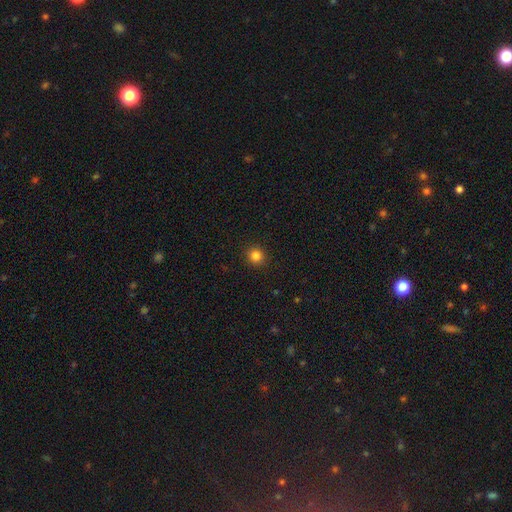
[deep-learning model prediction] Smooth or featured? Predicted: smooth (p=0.83). How rounded? Predicted: round (p=0.92). Merging? Predicted: none (p=0.92).